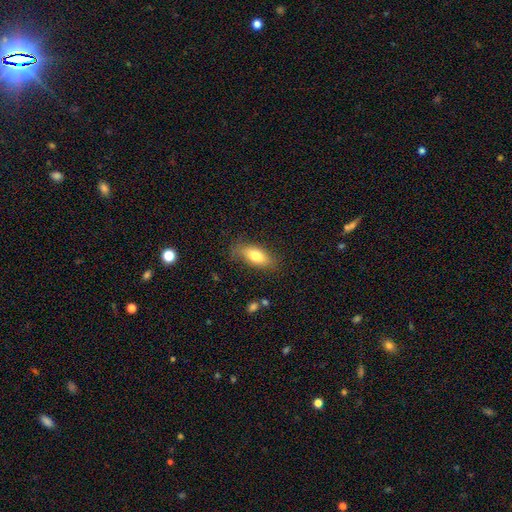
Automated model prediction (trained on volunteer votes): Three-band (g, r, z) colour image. It shows a smooth galaxy with no disk features (75%) that is in between round and cigar-shaped (83%). Merging: none (77%).